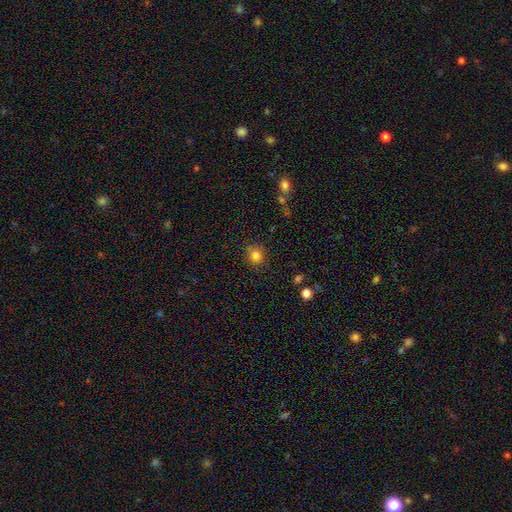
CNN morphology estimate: Smooth or featured? smooth (83%)
How rounded? round (81%)
Merging? none (82%)